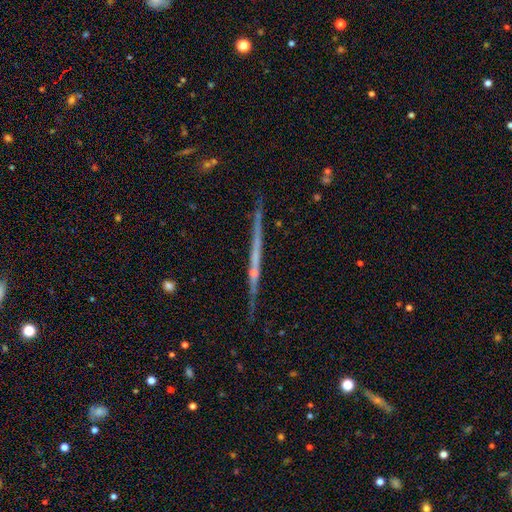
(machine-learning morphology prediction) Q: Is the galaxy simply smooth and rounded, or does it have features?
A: featured or disk — 74%.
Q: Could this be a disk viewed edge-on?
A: yes — 98%.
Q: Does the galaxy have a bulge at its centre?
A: none — 64%.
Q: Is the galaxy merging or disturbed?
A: none — 88%.